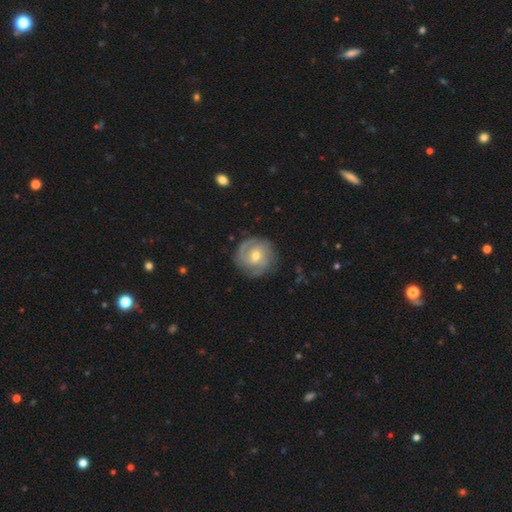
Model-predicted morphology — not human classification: Smooth or featured? Predicted: featured or disk (p=0.79). Edge-on disk? Predicted: no (p=0.98). Bar? Predicted: no (p=0.50). Spiral arms? Predicted: yes (p=0.93). Spiral winding? Predicted: tight (p=0.57). Spiral arm count? Predicted: 2 (p=0.45). Bulge size? Predicted: moderate (p=0.58). Merging? Predicted: none (p=0.79).